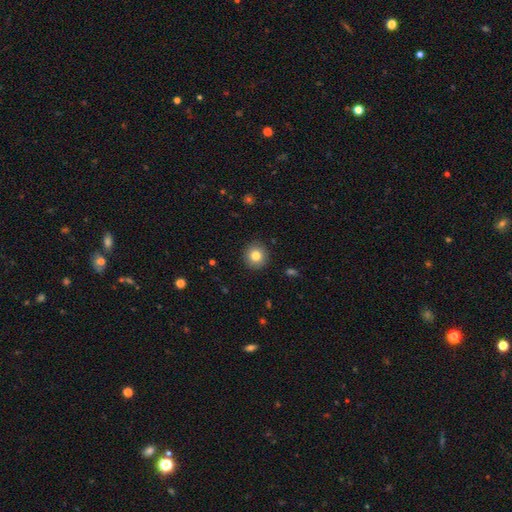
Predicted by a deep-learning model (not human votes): smooth-or-featured: smooth: 81% | star or artifact: 10% | featured or disk: 9%
  how-rounded: round: 92% | in between: 7% | cigar-shaped: 1%
  merging: none: 91% | minor disturbance: 6% | major disturbance: 2% | merger: 1%